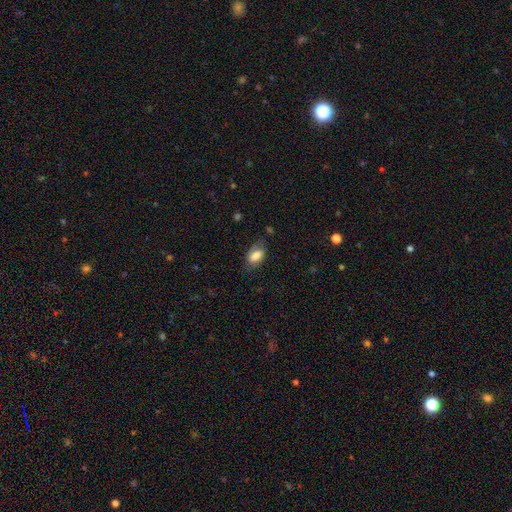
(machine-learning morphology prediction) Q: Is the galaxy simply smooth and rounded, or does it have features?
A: smooth — 71%.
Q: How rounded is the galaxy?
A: in between — 91%.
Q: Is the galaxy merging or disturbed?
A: none — 64%.